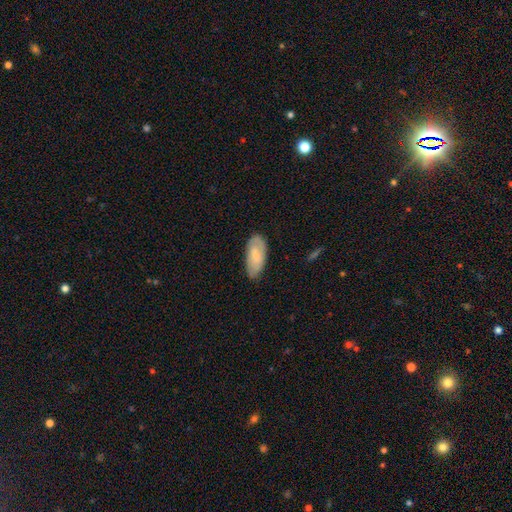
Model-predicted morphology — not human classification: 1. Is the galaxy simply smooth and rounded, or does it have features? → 64% smooth, 30% featured or disk, 6% star or artifact.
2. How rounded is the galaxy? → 89% in between, 9% cigar-shaped, 2% round.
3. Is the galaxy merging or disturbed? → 73% none, 21% minor disturbance, 4% major disturbance, 1% merger.